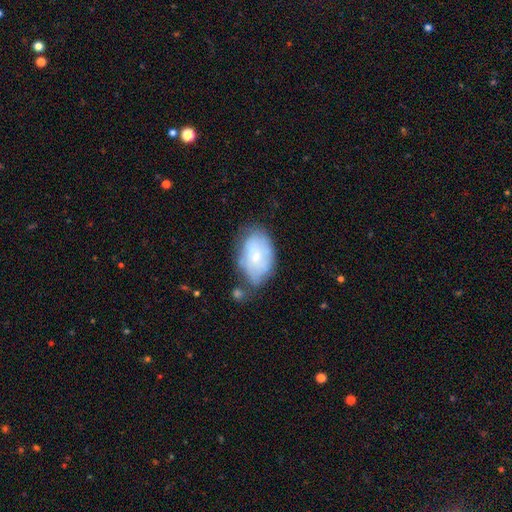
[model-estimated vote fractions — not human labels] This is possibly a smooth galaxy (60%). How rounded: clearly in between (91%). Merging: possibly none (52%).